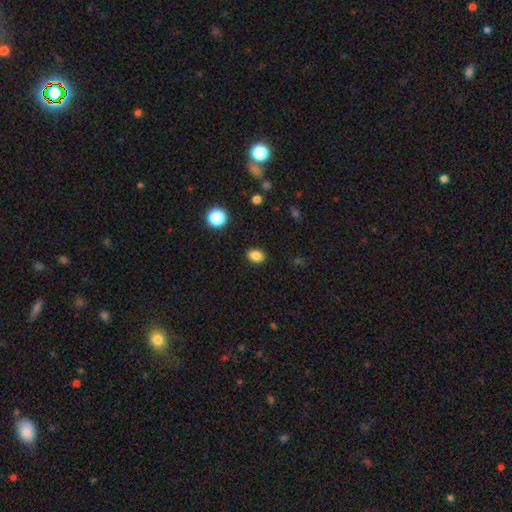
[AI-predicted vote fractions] Smooth or featured? smooth (86%)
How rounded? in between (73%)
Merging? none (88%)